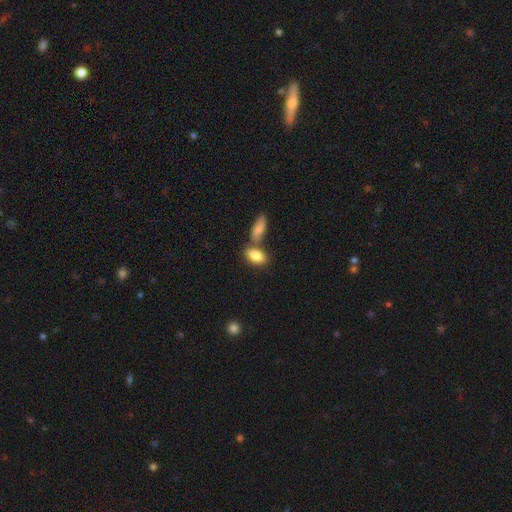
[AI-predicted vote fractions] This is clearly a smooth galaxy (84%). How rounded: clearly in between (89%). Merging: possibly none (47%).